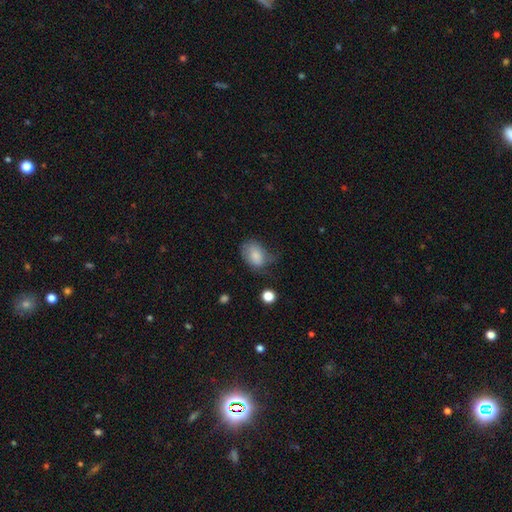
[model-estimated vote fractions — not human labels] A smooth galaxy with no disk features (77%) that is in between round and cigar-shaped (77%). Merging: none (41%).